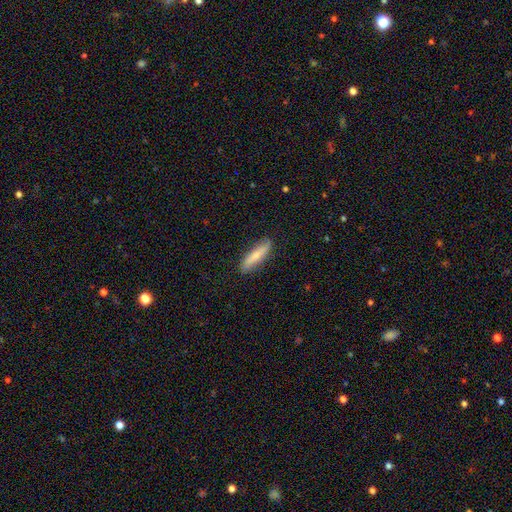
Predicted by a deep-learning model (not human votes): Smooth or featured: smooth — 64% (featured or disk — 30%)
How rounded: cigar-shaped — 77% (in between — 21%)
Merging: none — 84% (minor disturbance — 12%)